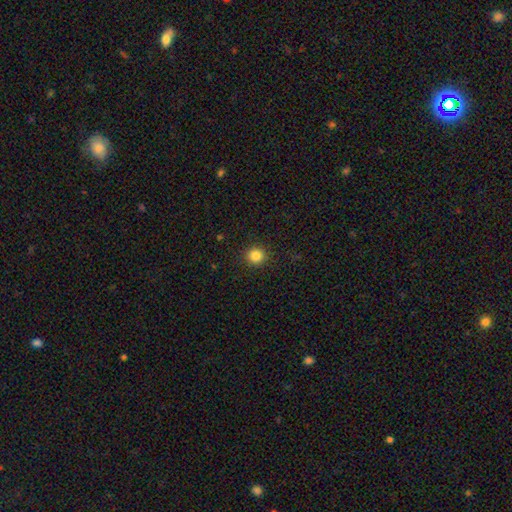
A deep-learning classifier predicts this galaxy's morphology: smooth_or_featured: smooth (p=0.84) [alt: star or artifact p=0.12]
how_rounded: round (p=0.92) [alt: in between p=0.07]
merging: none (p=0.92) [alt: minor disturbance p=0.05]